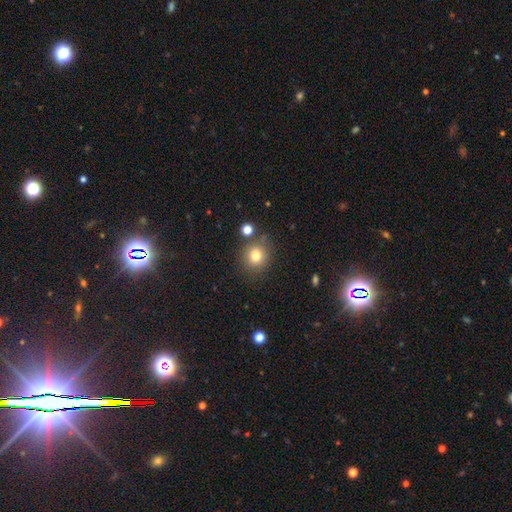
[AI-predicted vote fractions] Morphology: type=smooth (79%); roundness=round (87%); merging=none (78%).